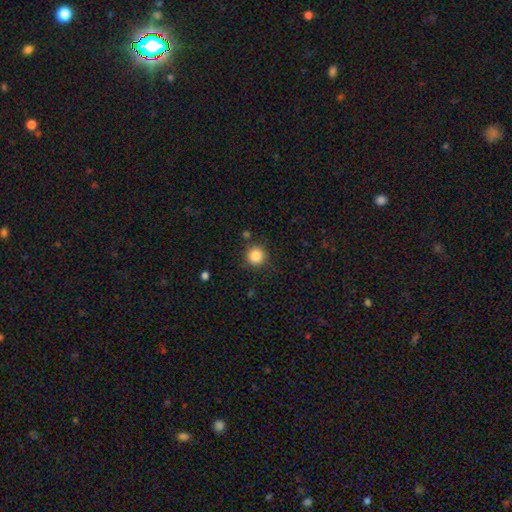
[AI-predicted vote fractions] This is clearly a smooth galaxy (85%). How rounded: clearly round (94%). Merging: clearly none (86%).